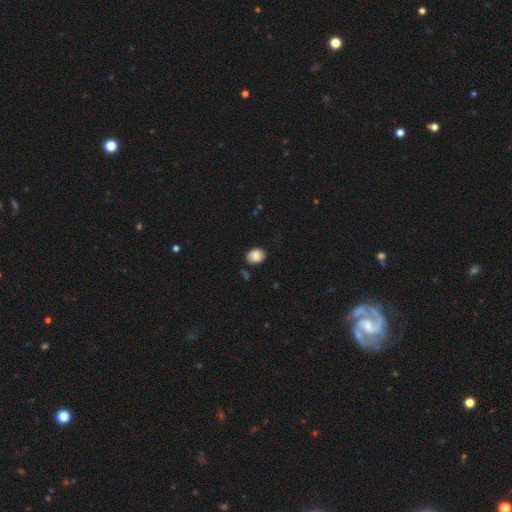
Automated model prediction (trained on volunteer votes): A smooth galaxy with no disk features (81%) that is in between round and cigar-shaped (68%). Merging: none (76%).